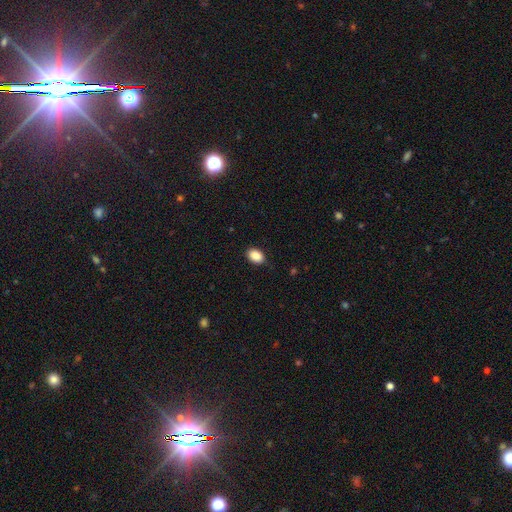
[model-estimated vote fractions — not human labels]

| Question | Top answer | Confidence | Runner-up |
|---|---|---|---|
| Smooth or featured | smooth | 88% | star or artifact (8%) |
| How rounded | in between | 83% | round (16%) |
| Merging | none | 86% | minor disturbance (11%) |